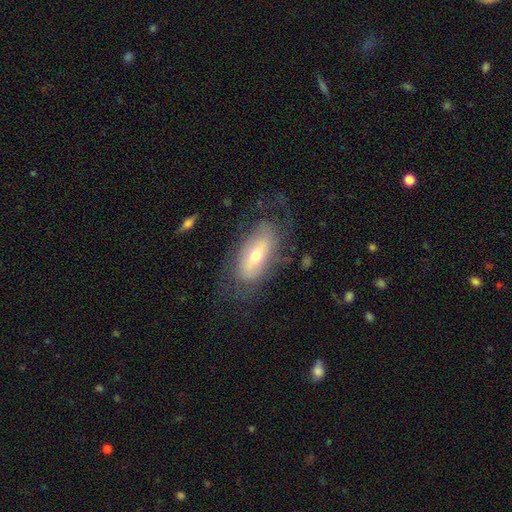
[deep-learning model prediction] smooth_or_featured: featured or disk (p=0.54) [alt: smooth p=0.39]
disk_edge_on: no (p=0.82) [alt: yes p=0.18]
merging: none (p=0.63) [alt: minor disturbance p=0.20]